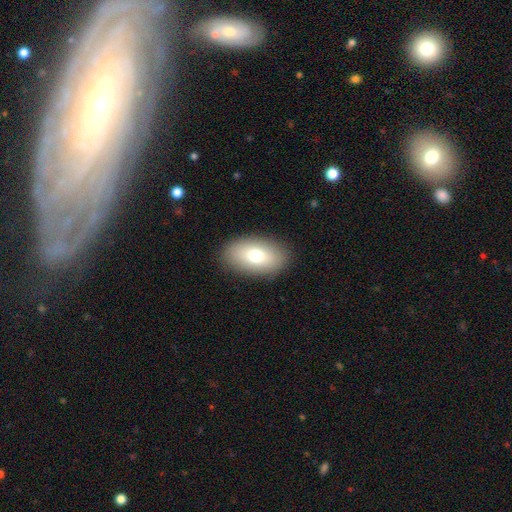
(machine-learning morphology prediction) This is likely a smooth galaxy (76%). How rounded: clearly in between (92%). Merging: clearly none (88%).